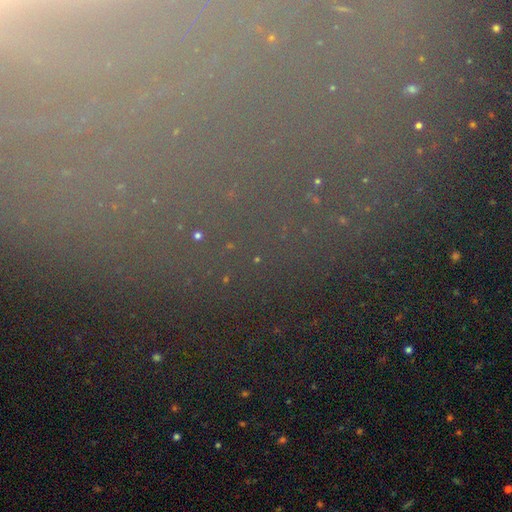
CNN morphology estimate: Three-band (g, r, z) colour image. It shows a star or artifact, not a galaxy (73%).